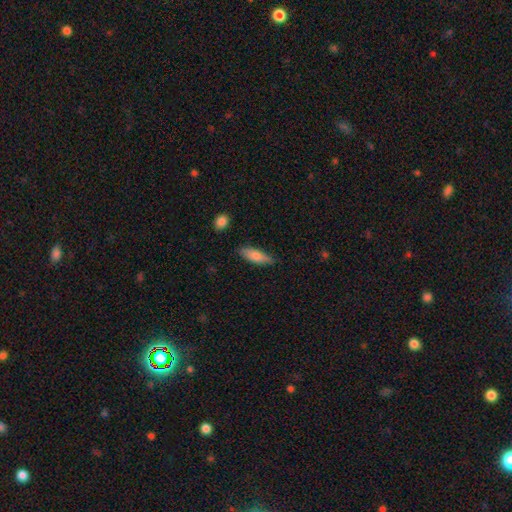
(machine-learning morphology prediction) smooth-or-featured: smooth: 79% | featured or disk: 15% | star or artifact: 6%
  how-rounded: in between: 55% | cigar-shaped: 43% | round: 2%
  merging: none: 79% | minor disturbance: 17% | major disturbance: 3% | merger: 2%